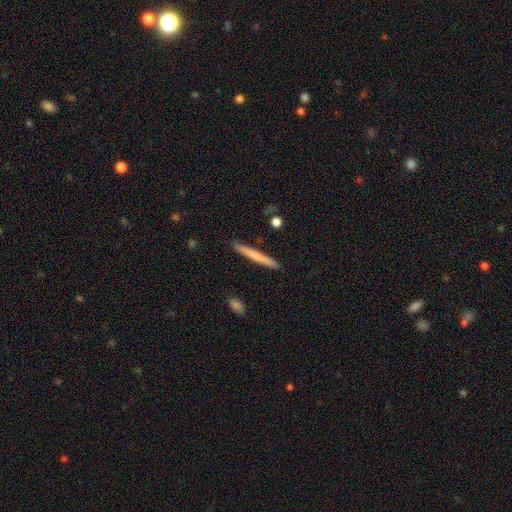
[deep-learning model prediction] Smooth or featured: smooth — 65% (featured or disk — 30%)
How rounded: cigar-shaped — 97% (in between — 2%)
Merging: none — 91% (minor disturbance — 6%)